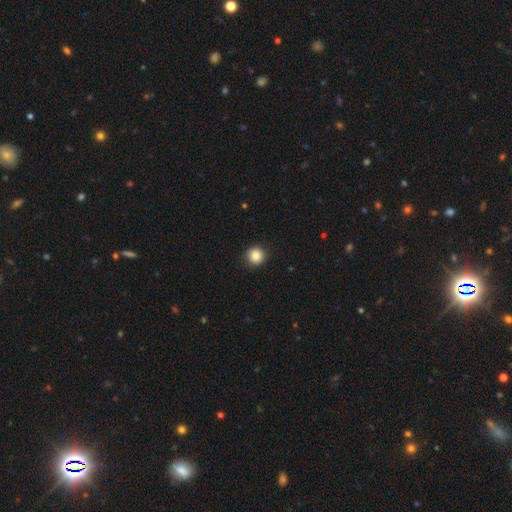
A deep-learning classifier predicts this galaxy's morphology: smooth_or_featured: smooth (p=0.86) [alt: star or artifact p=0.10]
how_rounded: round (p=0.94) [alt: in between p=0.05]
merging: none (p=0.91) [alt: minor disturbance p=0.06]